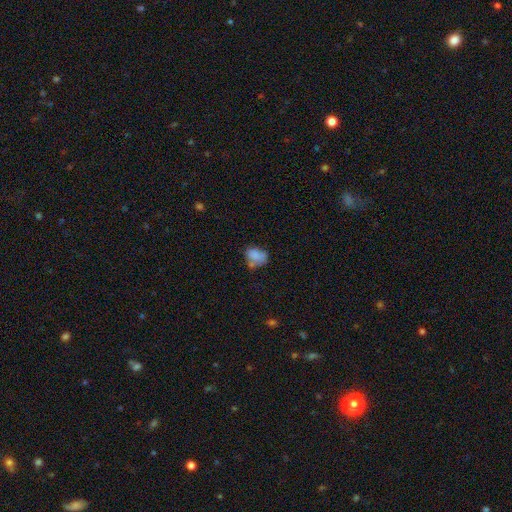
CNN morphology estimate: This appears to be a smooth galaxy with no disk features (78%) that is in between round and cigar-shaped (70%). Merging: none (44%).